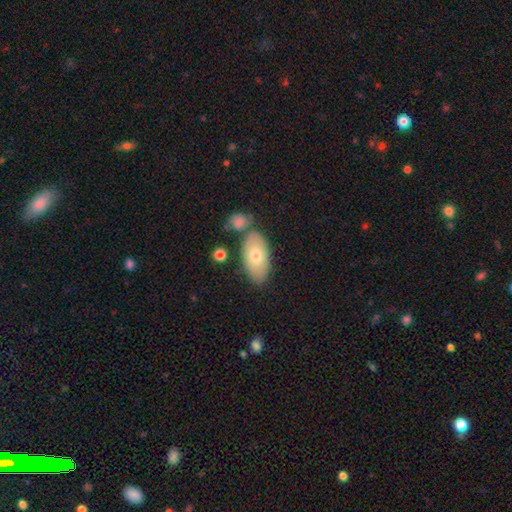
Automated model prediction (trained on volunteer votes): smooth_or_featured: smooth (p=0.69) [alt: featured or disk p=0.25]
how_rounded: in between (p=0.94) [alt: round p=0.04]
merging: none (p=0.65) [alt: merger p=0.16]